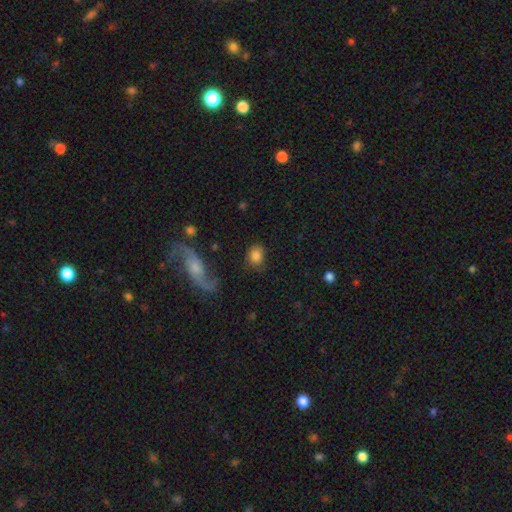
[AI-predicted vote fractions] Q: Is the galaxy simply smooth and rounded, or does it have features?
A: smooth — 77%.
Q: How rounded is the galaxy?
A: in between — 55%.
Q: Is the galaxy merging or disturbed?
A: none — 66%.